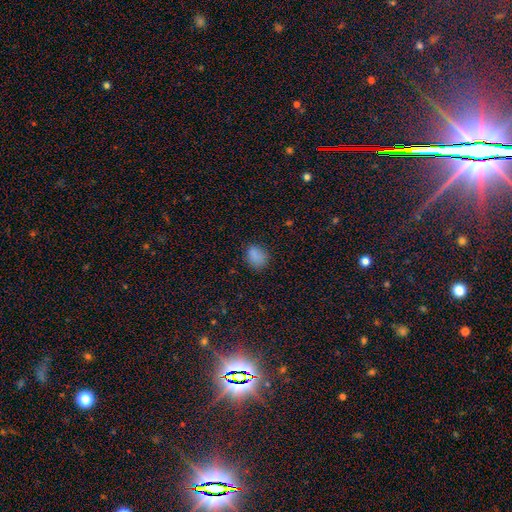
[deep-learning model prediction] Smooth or featured? smooth (83%)
How rounded? in between (58%)
Merging? none (79%)